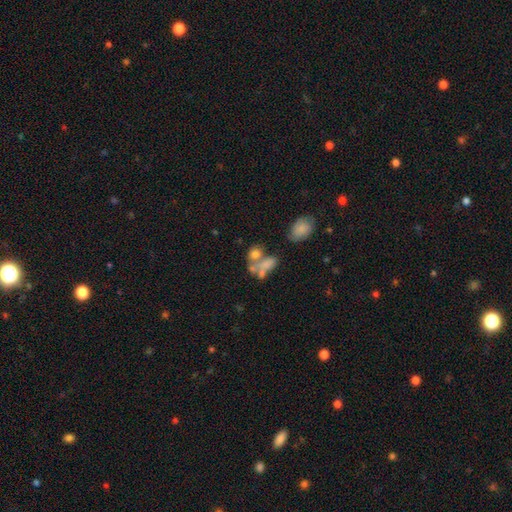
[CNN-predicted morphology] This is possibly a smooth galaxy (50%). How rounded: likely in between (68%). Merging: possibly merger (46%).